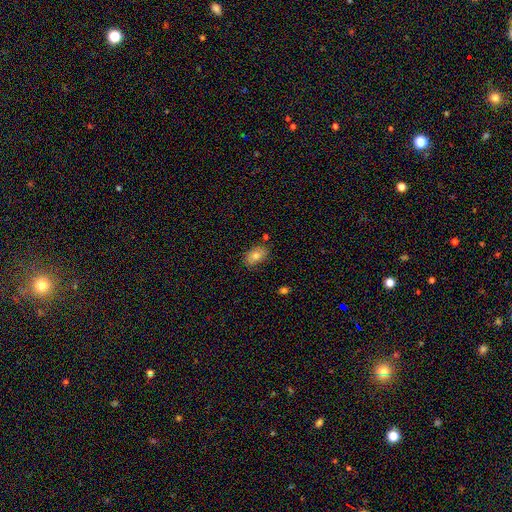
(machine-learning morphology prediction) Smooth or featured: smooth — 75% (featured or disk — 16%)
How rounded: in between — 87% (round — 12%)
Merging: none — 79% (minor disturbance — 15%)